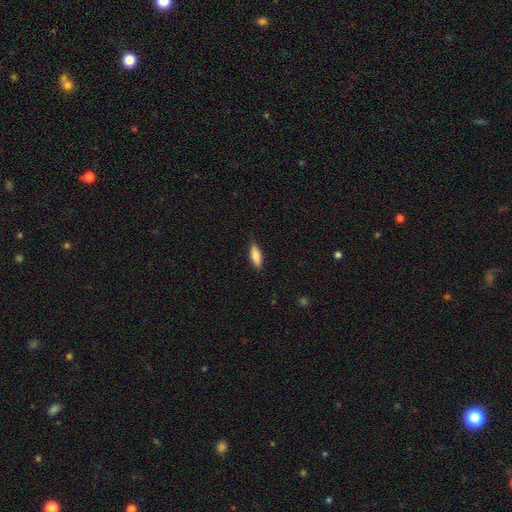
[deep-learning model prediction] smooth_or_featured: smooth (p=0.84) [alt: featured or disk p=0.10]
how_rounded: in between (p=0.65) [alt: cigar-shaped p=0.33]
merging: none (p=0.81) [alt: minor disturbance p=0.15]